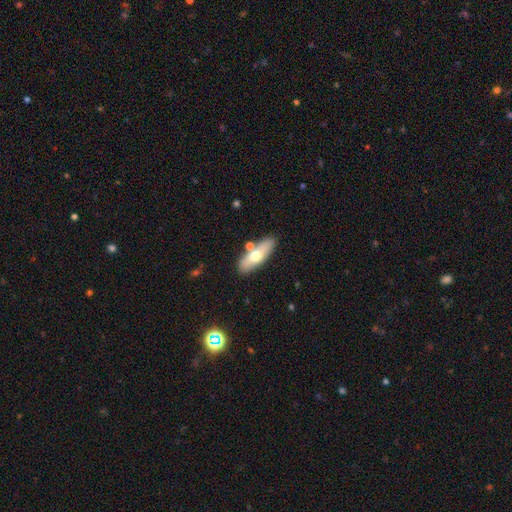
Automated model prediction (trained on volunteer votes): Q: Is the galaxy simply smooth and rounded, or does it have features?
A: smooth — 61%.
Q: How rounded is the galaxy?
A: in between — 61%.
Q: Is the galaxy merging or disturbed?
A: none — 78%.